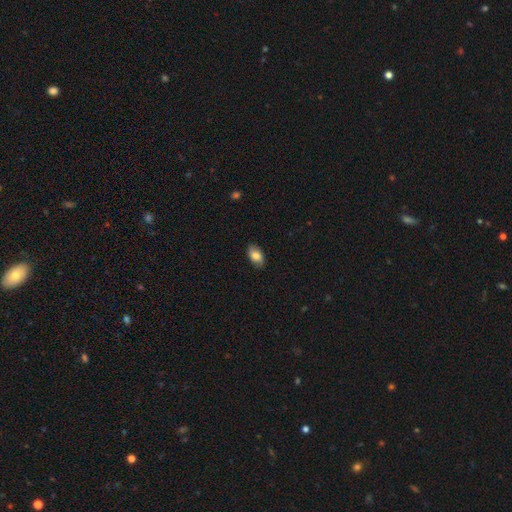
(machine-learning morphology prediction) Q: Smooth or featured?
A: smooth (81%); runner-up: featured or disk (12%)
Q: How rounded?
A: in between (93%); runner-up: round (5%)
Q: Merging?
A: none (86%); runner-up: minor disturbance (11%)